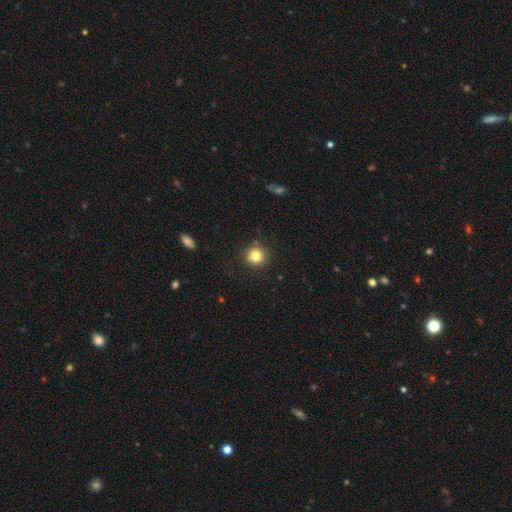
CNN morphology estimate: type=smooth (81%); roundness=round (93%); merging=none (89%).